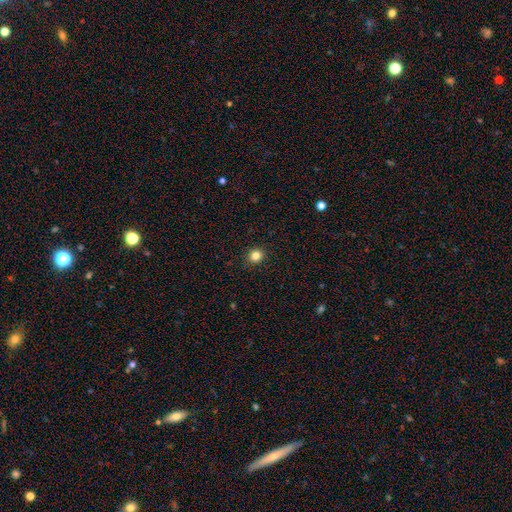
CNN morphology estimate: This is clearly a smooth galaxy (84%). How rounded: clearly round (82%). Merging: clearly none (91%).